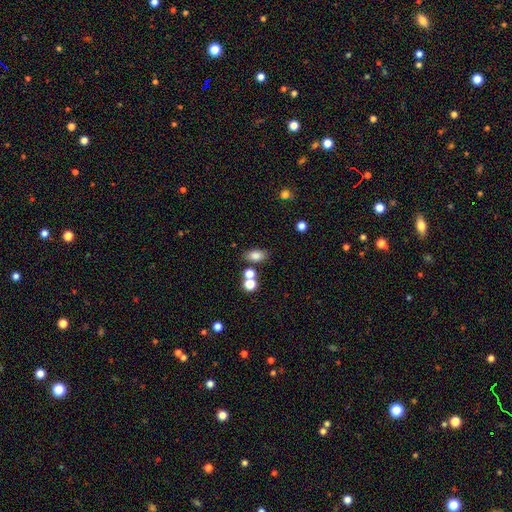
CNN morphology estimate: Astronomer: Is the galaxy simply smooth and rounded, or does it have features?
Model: smooth — 80%.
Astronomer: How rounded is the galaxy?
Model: in between — 84%.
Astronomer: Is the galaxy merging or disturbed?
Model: none — 69%.